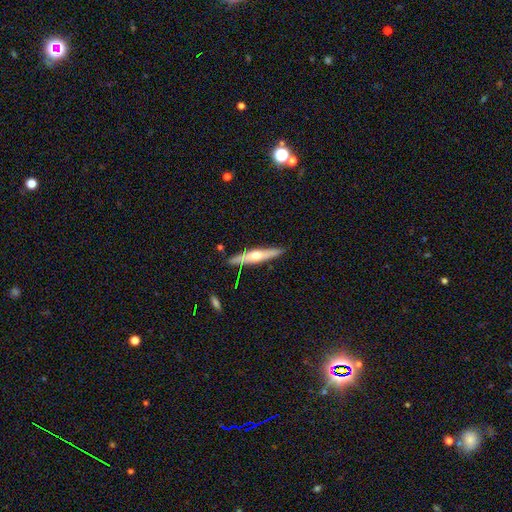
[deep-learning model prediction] This appears to be a featured or disk galaxy (61%) viewed edge-on (94%) with a rounded central bulge (88%). Merging: none (87%).